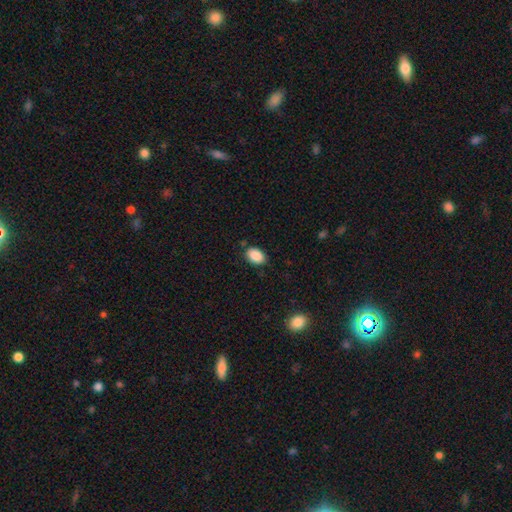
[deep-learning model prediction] smooth 89%, star or artifact 8%, featured or disk 4%. Down the decision tree: how rounded — in between (85%); merging — none (81%).